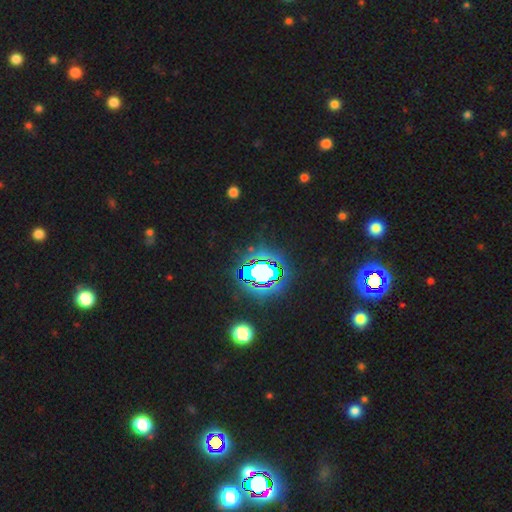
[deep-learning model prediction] This is clearly a star or artifact rather than a galaxy (81%).